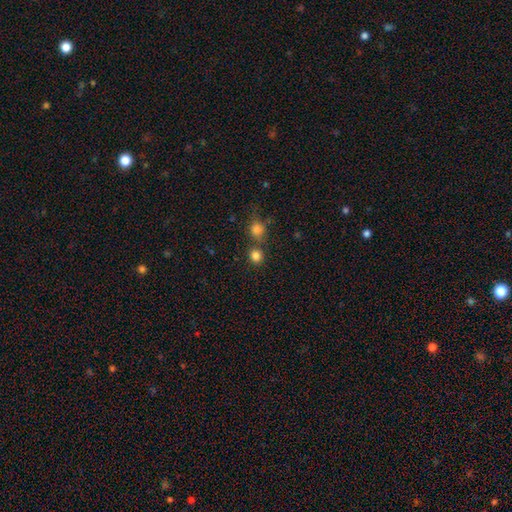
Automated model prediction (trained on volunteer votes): smooth-or-featured: smooth: 83% | star or artifact: 12% | featured or disk: 5%
  how-rounded: round: 84% | in between: 15% | cigar-shaped: 1%
  merging: none: 68% | merger: 20% | minor disturbance: 8% | major disturbance: 3%